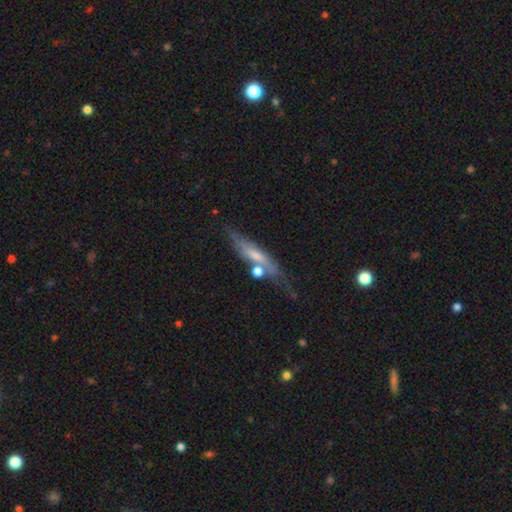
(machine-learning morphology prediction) featured or disk 57%, smooth 35%, star or artifact 8%. Down the decision tree: edge-on disk — yes (69%); merging — none (52%).